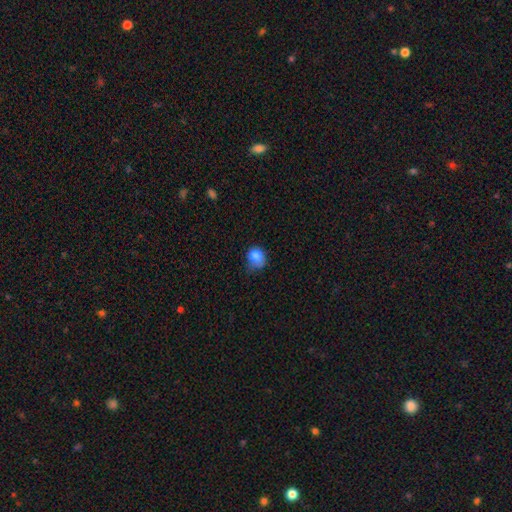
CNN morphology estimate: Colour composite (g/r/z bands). It shows a smooth galaxy with no disk features (81%) that is round (65%). Merging: minor disturbance (40%).